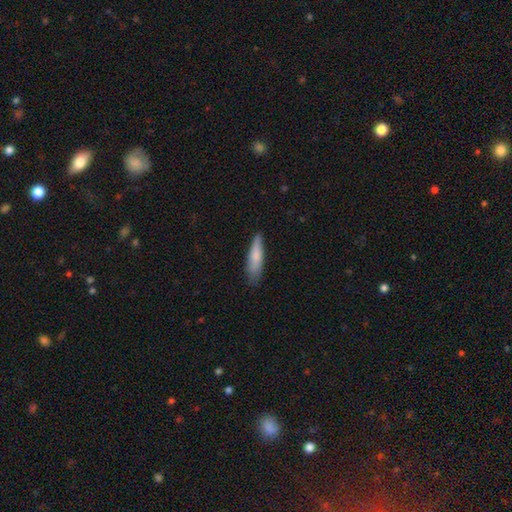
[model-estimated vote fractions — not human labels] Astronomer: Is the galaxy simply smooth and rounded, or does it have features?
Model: smooth — 79%.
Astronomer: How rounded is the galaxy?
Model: cigar-shaped — 70%.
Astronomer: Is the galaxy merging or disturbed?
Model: none — 69%.